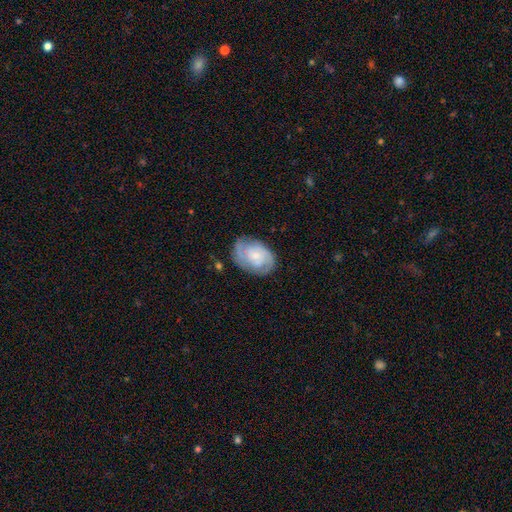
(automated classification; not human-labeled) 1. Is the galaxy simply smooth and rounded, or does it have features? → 72% featured or disk, 22% smooth, 6% star or artifact.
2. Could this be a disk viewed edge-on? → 97% no, 3% yes.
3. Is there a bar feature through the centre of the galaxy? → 70% no, 26% weak, 4% strong.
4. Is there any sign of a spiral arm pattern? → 92% yes, 8% no.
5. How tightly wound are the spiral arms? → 53% tight, 37% medium, 10% loose.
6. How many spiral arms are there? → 49% 2, 25% can't tell, 15% 3, 4% 1, 4% 4, 3% more than 4.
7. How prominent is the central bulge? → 64% small, 25% moderate, 6% none, 3% large, 1% dominant.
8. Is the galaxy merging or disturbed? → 72% none, 20% minor disturbance, 7% major disturbance, 2% merger.